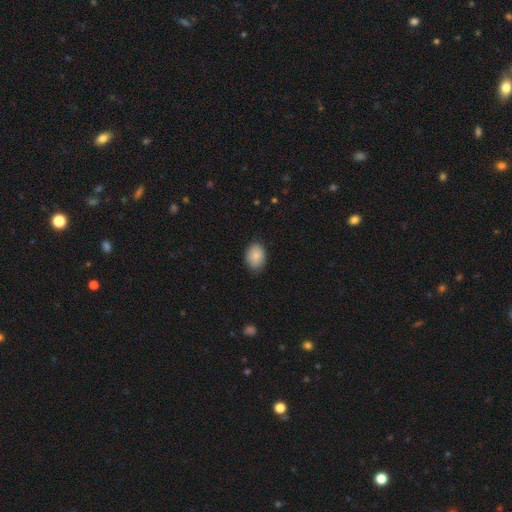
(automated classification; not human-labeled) Smooth or featured? smooth (85%)
How rounded? in between (77%)
Merging? none (83%)